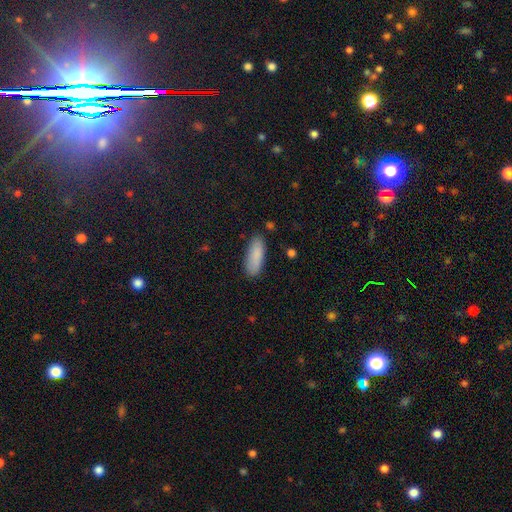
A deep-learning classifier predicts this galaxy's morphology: Smooth or featured? Predicted: smooth (p=0.88). How rounded? Predicted: in between (p=0.69). Merging? Predicted: none (p=0.83).